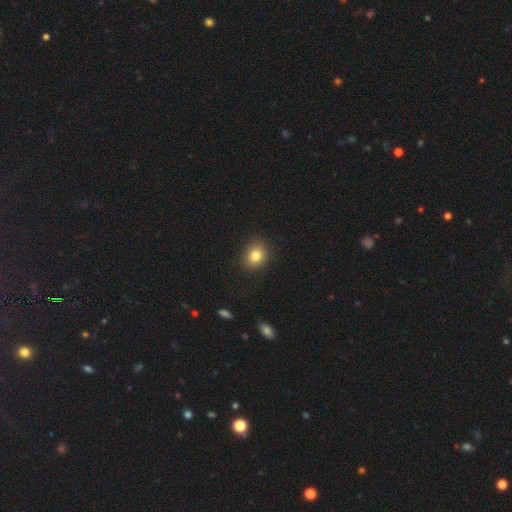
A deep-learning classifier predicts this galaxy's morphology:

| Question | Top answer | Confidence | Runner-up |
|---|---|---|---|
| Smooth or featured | smooth | 81% | star or artifact (11%) |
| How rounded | round | 64% | in between (35%) |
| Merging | none | 89% | minor disturbance (8%) |